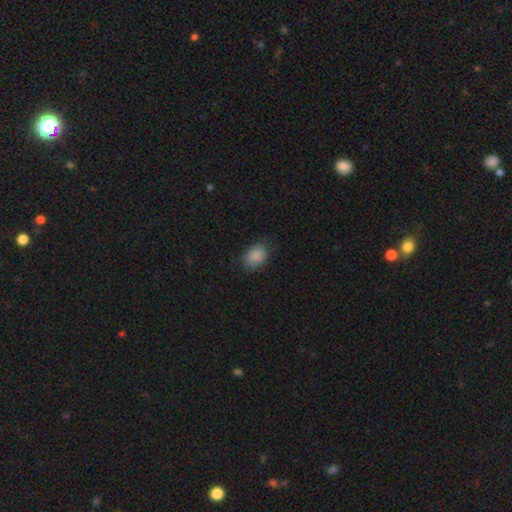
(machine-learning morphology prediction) This appears to be a smooth galaxy with no disk features (86%) that is in between round and cigar-shaped (77%). Merging: none (77%).